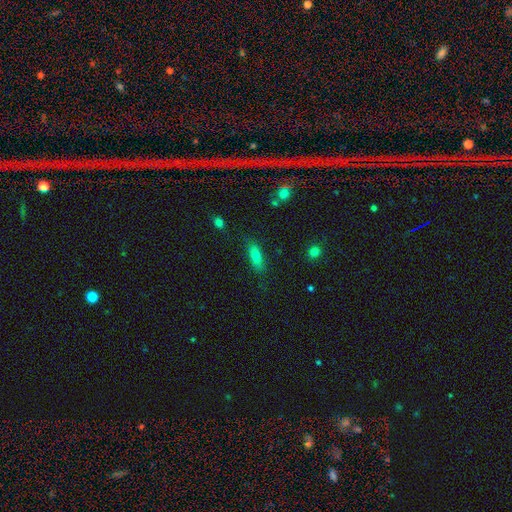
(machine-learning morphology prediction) smooth_or_featured: smooth (p=0.72) [alt: featured or disk p=0.20]
how_rounded: in between (p=0.59) [alt: cigar-shaped p=0.37]
merging: none (p=0.81) [alt: minor disturbance p=0.13]